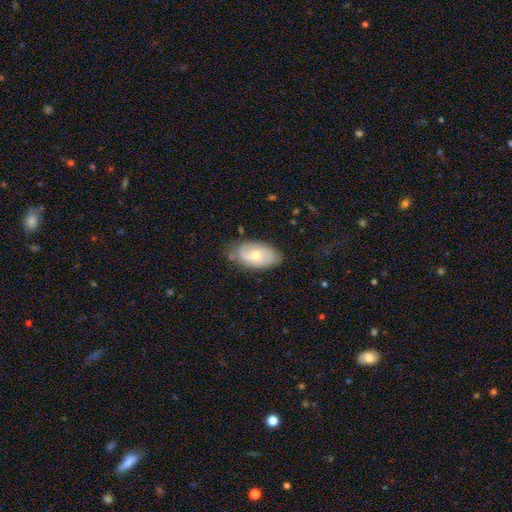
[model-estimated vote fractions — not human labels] Smooth or featured: smooth — 47% (tied with featured or disk — 47%)
Merging: none — 70% (minor disturbance — 23%)